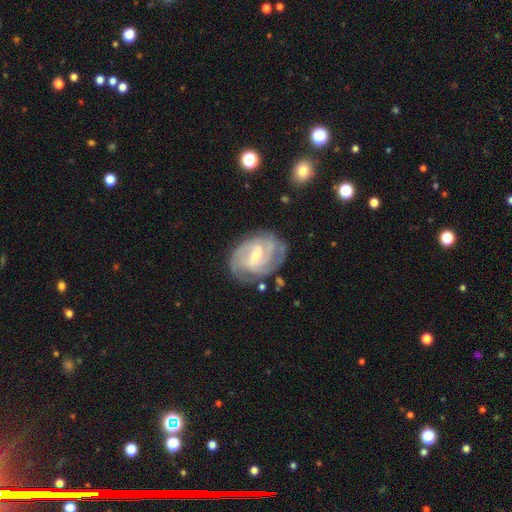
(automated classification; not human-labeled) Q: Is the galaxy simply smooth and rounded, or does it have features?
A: featured or disk — 88%.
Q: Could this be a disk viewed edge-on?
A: no — 97%.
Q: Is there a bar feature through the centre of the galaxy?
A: weak — 54%.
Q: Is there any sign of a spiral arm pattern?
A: yes — 97%.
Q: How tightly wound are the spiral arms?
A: tight — 59%.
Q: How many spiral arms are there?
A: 3 — 31%.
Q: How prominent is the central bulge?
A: small — 58%.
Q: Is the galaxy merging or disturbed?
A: none — 74%.